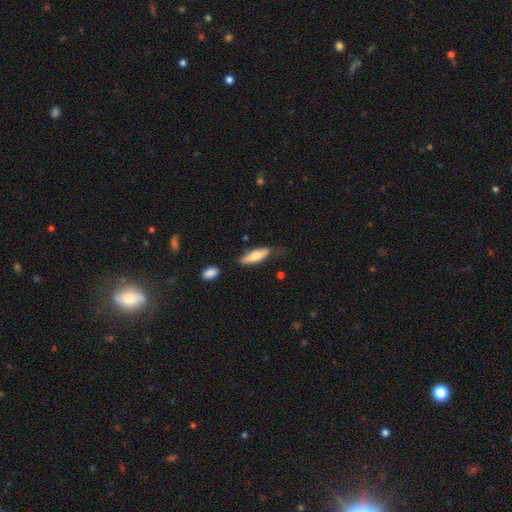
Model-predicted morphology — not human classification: Smooth or featured? Predicted: smooth (p=0.70). How rounded? Predicted: cigar-shaped (p=0.54). Merging? Predicted: none (p=0.65).